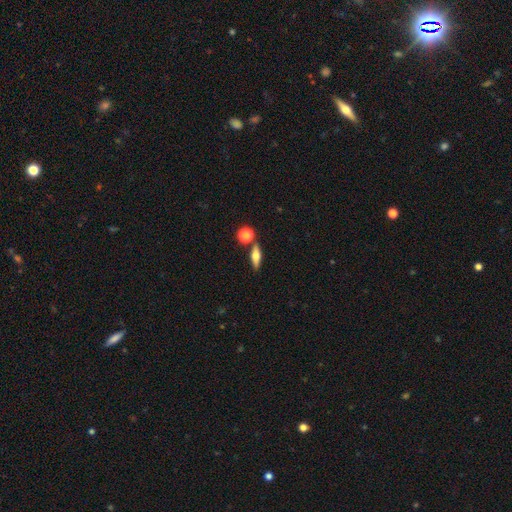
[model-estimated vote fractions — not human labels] A smooth galaxy with no disk features (51%) that is in between round and cigar-shaped (51%).

Vote fractions:
- Smooth or featured? smooth: 51% / featured or disk: 40% / star or artifact: 9%
- How rounded? in between: 51% / cigar-shaped: 40% / round: 9%
- Merging? none: 78% / merger: 10% / minor disturbance: 10% / major disturbance: 3%